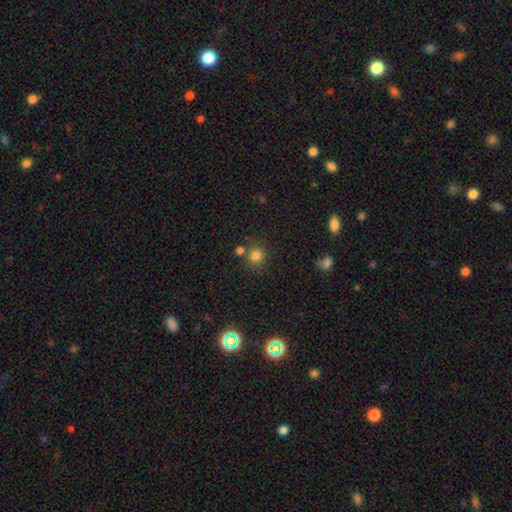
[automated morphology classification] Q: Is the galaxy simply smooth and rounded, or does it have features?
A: smooth — 81%.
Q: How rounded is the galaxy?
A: round — 91%.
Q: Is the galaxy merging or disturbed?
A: none — 72%.